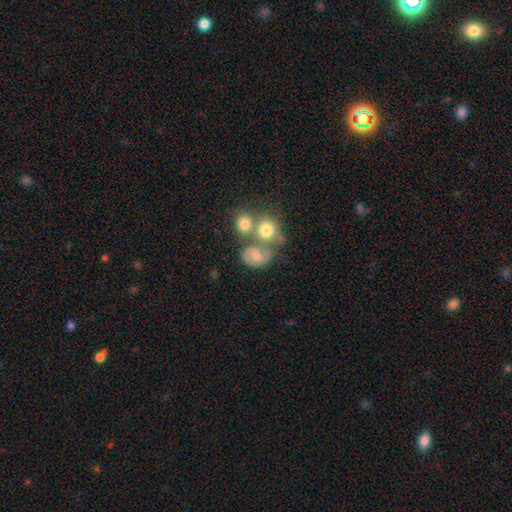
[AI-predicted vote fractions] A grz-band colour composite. It shows a smooth galaxy with no disk features (59%) that is round (55%). Merging: merger (44%).